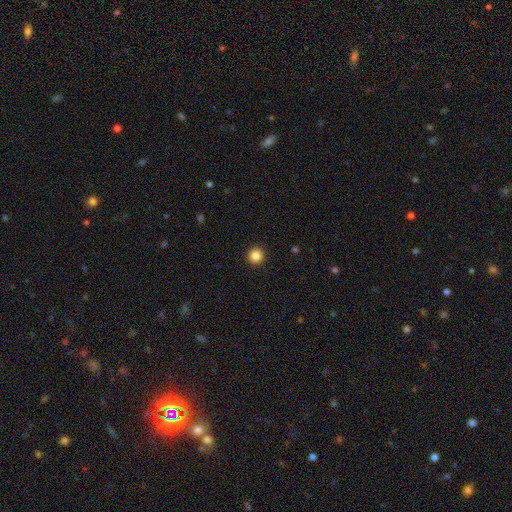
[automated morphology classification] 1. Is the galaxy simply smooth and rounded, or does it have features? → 86% smooth, 11% star or artifact, 3% featured or disk.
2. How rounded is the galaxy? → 95% round, 4% in between, 1% cigar-shaped.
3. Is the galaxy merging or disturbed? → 93% none, 4% minor disturbance, 2% major disturbance, 1% merger.